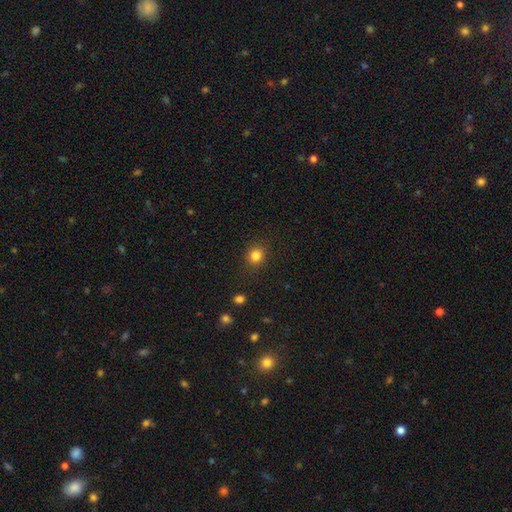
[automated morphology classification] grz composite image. It shows a smooth galaxy with no disk features (83%) that is round (81%). Merging: none (87%).